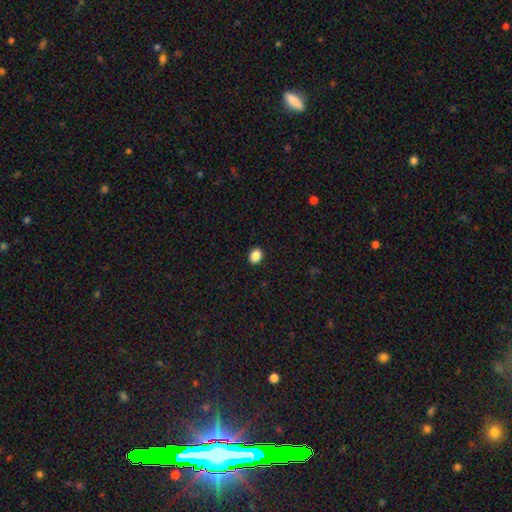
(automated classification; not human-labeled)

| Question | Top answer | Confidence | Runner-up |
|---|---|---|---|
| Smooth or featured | smooth | 88% | star or artifact (9%) |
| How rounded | in between | 55% | round (44%) |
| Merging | none | 91% | minor disturbance (6%) |